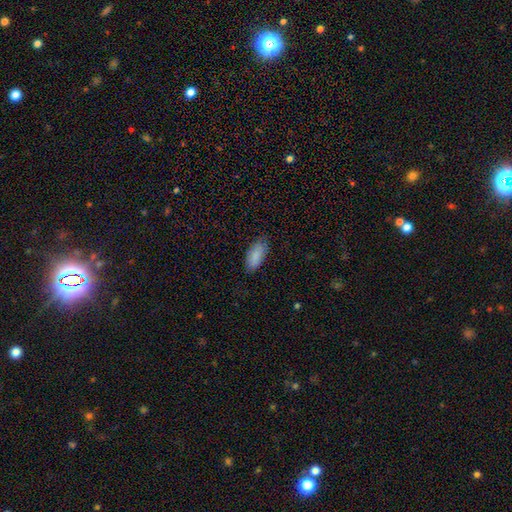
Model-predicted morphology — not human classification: Smooth or featured? Predicted: smooth (p=0.88). How rounded? Predicted: in between (p=0.87). Merging? Predicted: none (p=0.79).